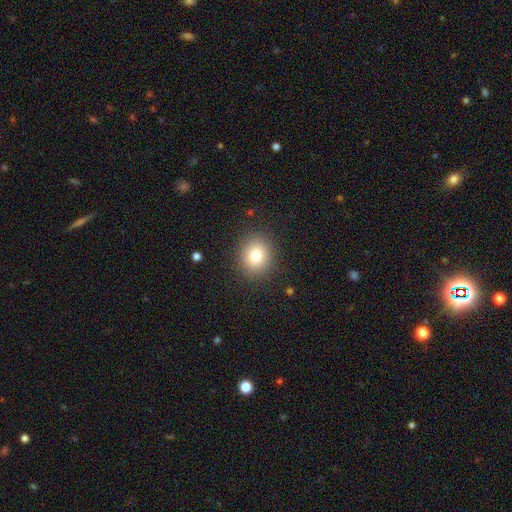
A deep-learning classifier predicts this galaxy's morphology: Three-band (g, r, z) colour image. It shows a smooth galaxy with no disk features (79%) that is round (76%). Merging: none (88%).